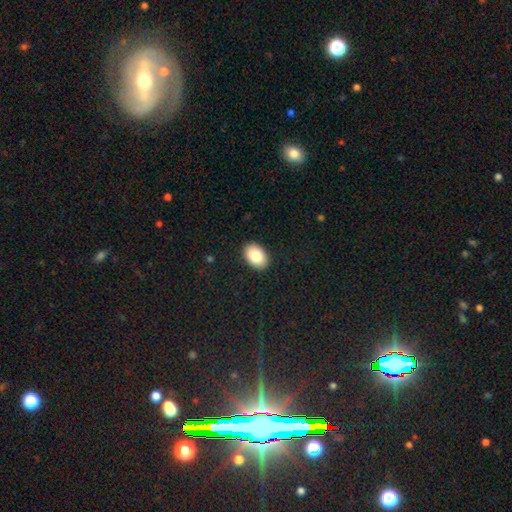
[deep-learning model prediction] Q: Smooth or featured?
A: smooth (85%); runner-up: featured or disk (8%)
Q: How rounded?
A: in between (88%); runner-up: round (11%)
Q: Merging?
A: none (90%); runner-up: minor disturbance (7%)